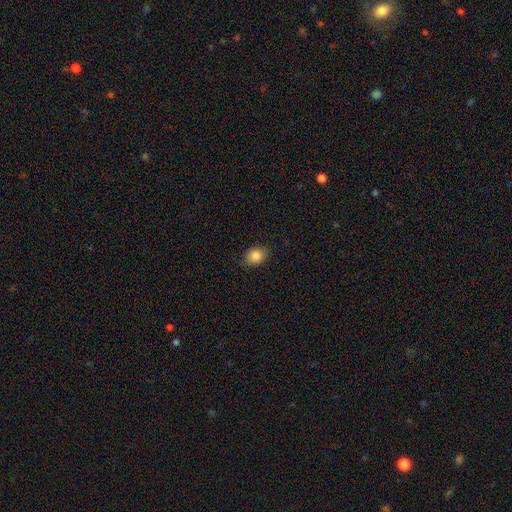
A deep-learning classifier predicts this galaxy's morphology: Q: Smooth or featured?
A: smooth (85%); runner-up: star or artifact (9%)
Q: How rounded?
A: in between (56%); runner-up: round (43%)
Q: Merging?
A: none (85%); runner-up: minor disturbance (12%)